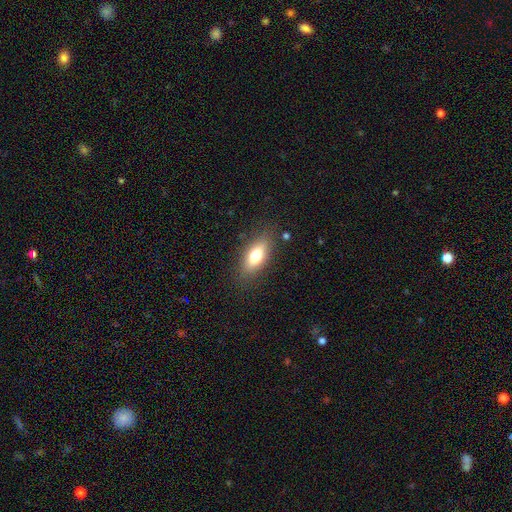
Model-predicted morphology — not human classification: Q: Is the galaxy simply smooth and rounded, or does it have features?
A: smooth — 71%.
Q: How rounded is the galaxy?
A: in between — 78%.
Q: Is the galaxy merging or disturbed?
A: none — 83%.